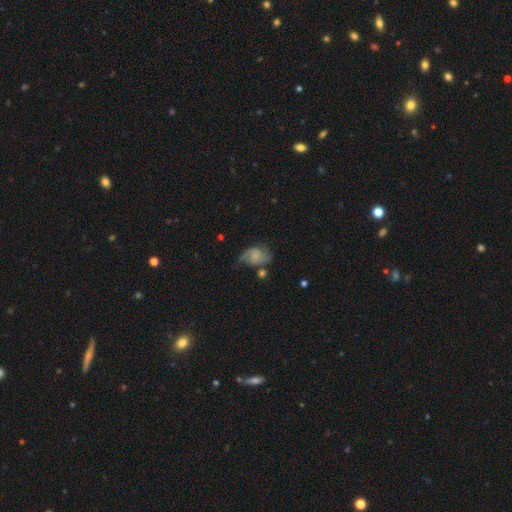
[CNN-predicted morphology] This appears to be a featured or disk galaxy (54%) with no bar (64%), spiral arms (87%) and no central bulge (51%). Merging: none (40%).